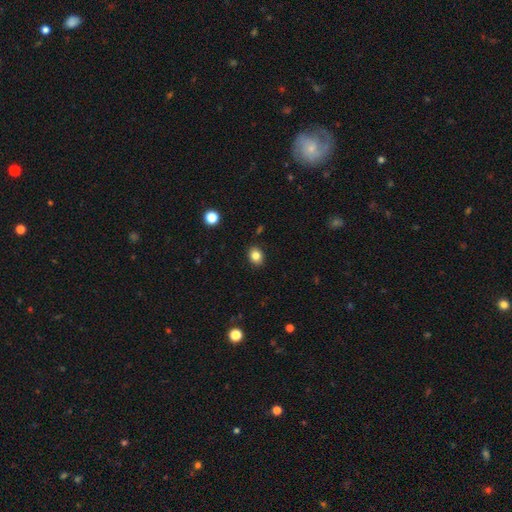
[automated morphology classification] Smooth or featured? Predicted: smooth (p=0.83). How rounded? Predicted: in between (p=0.50). Merging? Predicted: none (p=0.89).